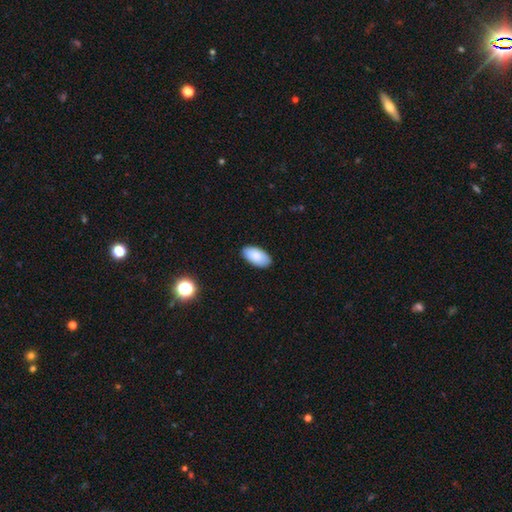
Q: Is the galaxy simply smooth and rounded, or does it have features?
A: smooth — 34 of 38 (89%).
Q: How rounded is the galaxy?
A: in between — 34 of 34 (100%).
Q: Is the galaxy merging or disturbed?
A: none — 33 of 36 (92%).